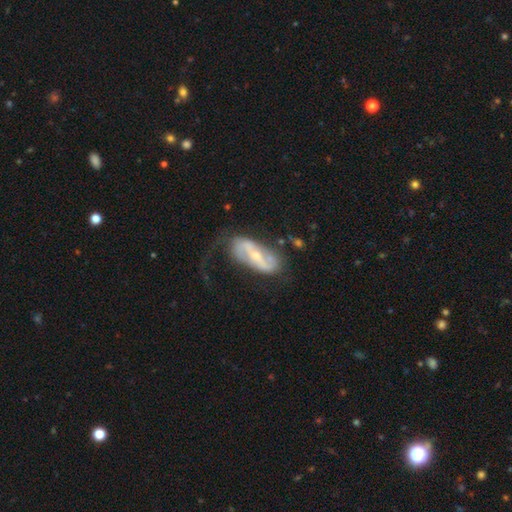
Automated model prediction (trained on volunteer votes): smooth_or_featured: featured or disk (p=0.78) [alt: smooth p=0.16]
disk_edge_on: no (p=0.90) [alt: yes p=0.10]
bar: strong (p=0.49) [alt: weak p=0.30]
has_spiral_arms: yes (p=0.85) [alt: no p=0.15]
spiral_winding: loose (p=0.52) [alt: medium p=0.32]
spiral_arm_count: 2 (p=0.83) [alt: can't tell p=0.10]
bulge_size: small (p=0.57) [alt: moderate p=0.39]
merging: none (p=0.52) [alt: minor disturbance p=0.25]